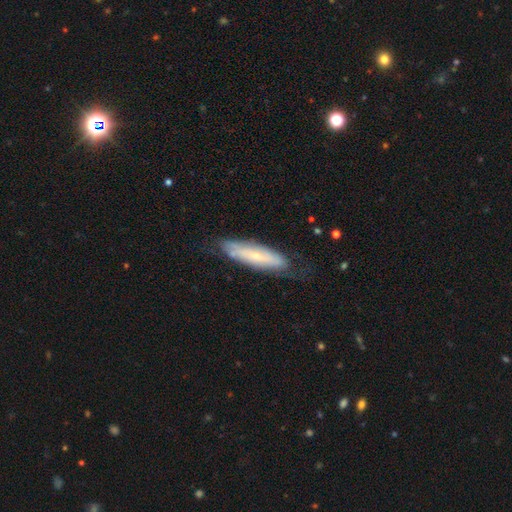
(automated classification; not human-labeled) This is possibly a featured or disk galaxy (50%). It is possibly not viewed edge-on (56%). Merging: likely none (69%).